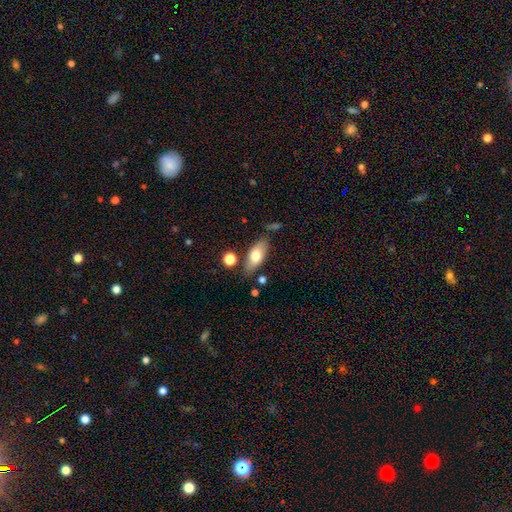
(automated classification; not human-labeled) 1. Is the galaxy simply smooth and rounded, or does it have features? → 72% smooth, 21% featured or disk, 7% star or artifact.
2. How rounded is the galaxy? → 83% in between, 13% cigar-shaped, 3% round.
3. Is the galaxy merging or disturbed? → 76% none, 15% minor disturbance, 6% merger, 4% major disturbance.